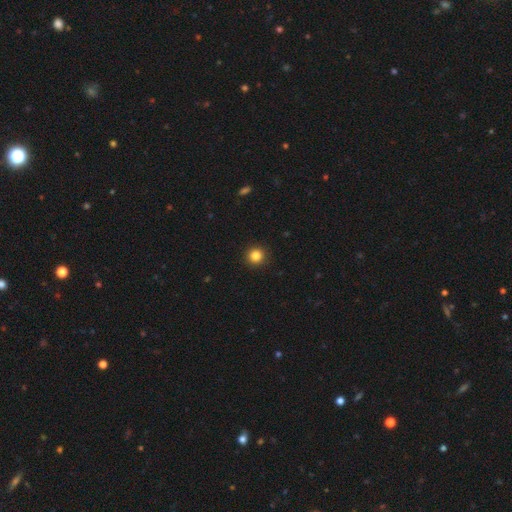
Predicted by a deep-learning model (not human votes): The model was most divided on "smooth or featured": smooth: 84%, star or artifact: 12%, featured or disk: 4%. More confident: how rounded — round (94%); merging — none (93%).